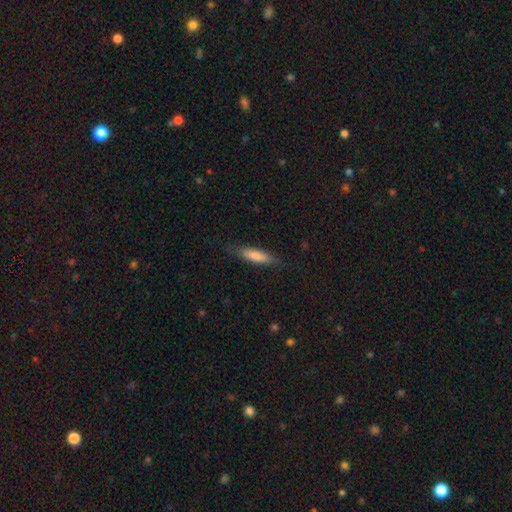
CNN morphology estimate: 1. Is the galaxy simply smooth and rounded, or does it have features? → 79% smooth, 16% featured or disk, 6% star or artifact.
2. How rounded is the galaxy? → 68% cigar-shaped, 31% in between, 2% round.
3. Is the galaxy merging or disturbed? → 80% none, 15% minor disturbance, 3% major disturbance, 1% merger.